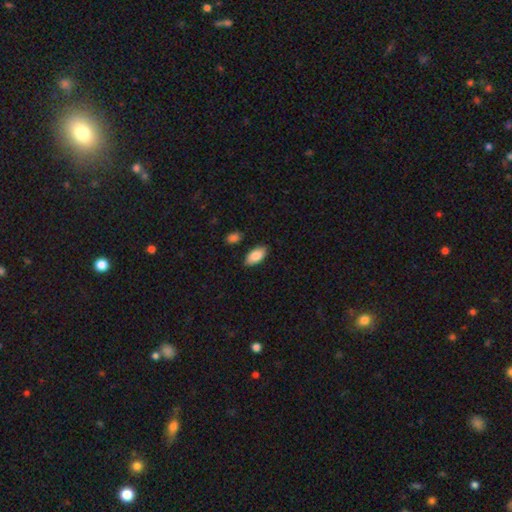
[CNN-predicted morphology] A smooth galaxy with no disk features (85%) that is in between round and cigar-shaped (93%). Merging: none (85%).